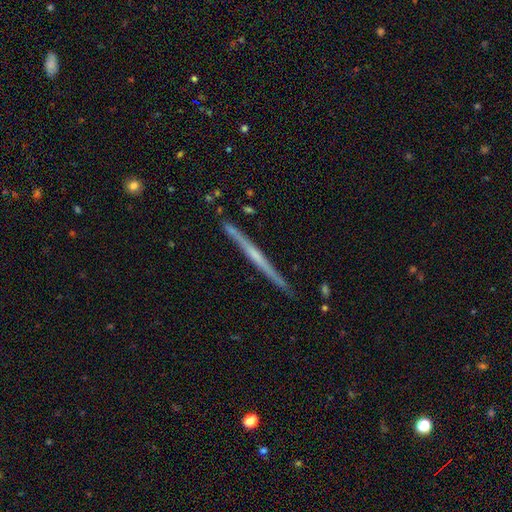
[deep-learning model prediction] This is likely a featured or disk galaxy (68%). It is clearly viewed edge-on (98%). Edge-on bulge: likely none (67%). Merging: clearly none (90%).